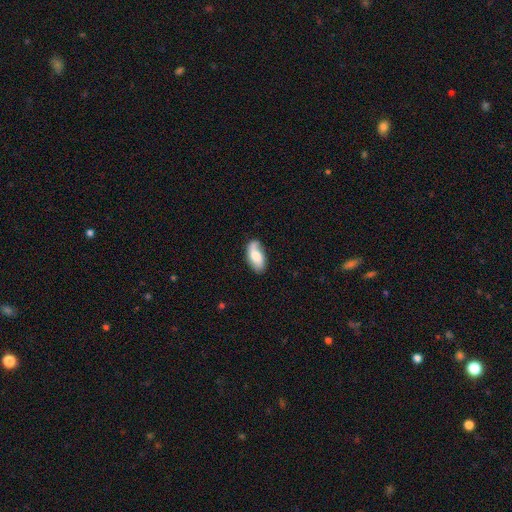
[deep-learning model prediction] This is possibly a smooth galaxy (54%). How rounded: clearly in between (91%). Merging: likely none (68%).